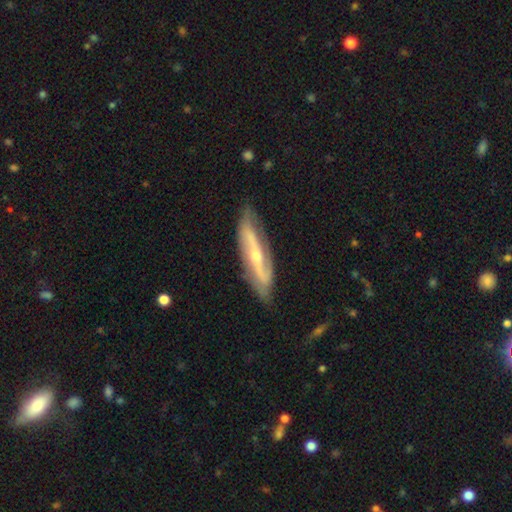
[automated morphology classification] smooth_or_featured: featured or disk (p=0.82) [alt: smooth p=0.13]
disk_edge_on: no (p=0.76) [alt: yes p=0.24]
bar: strong (p=0.43) [alt: weak p=0.29]
has_spiral_arms: yes (p=0.91) [alt: no p=0.09]
spiral_winding: loose (p=0.47) [alt: medium p=0.34]
spiral_arm_count: 2 (p=0.87) [alt: can't tell p=0.07]
bulge_size: small (p=0.57) [alt: moderate p=0.39]
merging: none (p=0.78) [alt: minor disturbance p=0.16]